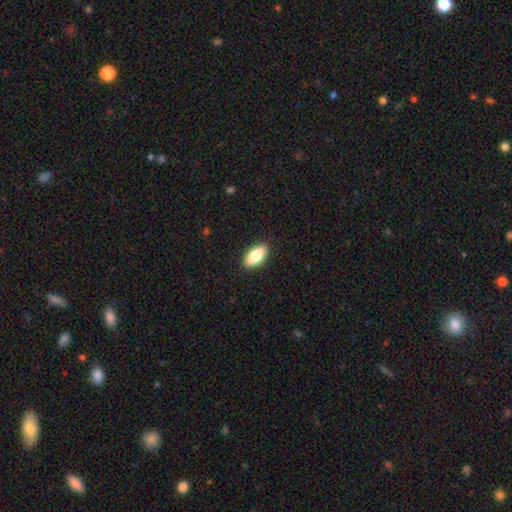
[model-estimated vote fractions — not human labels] smooth-or-featured: smooth: 84% | featured or disk: 9% | star or artifact: 6%
  how-rounded: in between: 91% | cigar-shaped: 6% | round: 3%
  merging: none: 90% | minor disturbance: 8% | major disturbance: 2% | merger: 1%